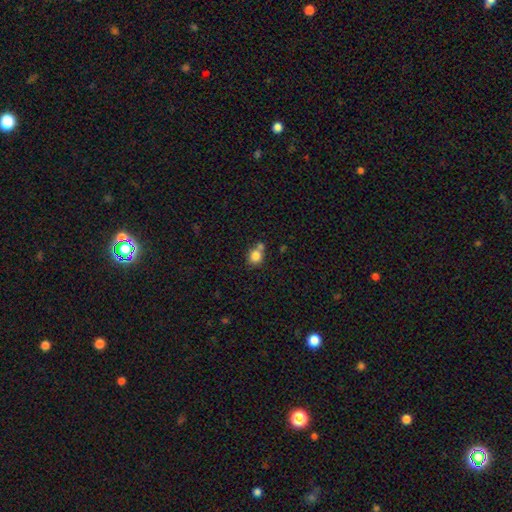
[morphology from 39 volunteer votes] Overall: smooth (87%). How rounded: round (76%). Merging: none (45%; merger 37%).